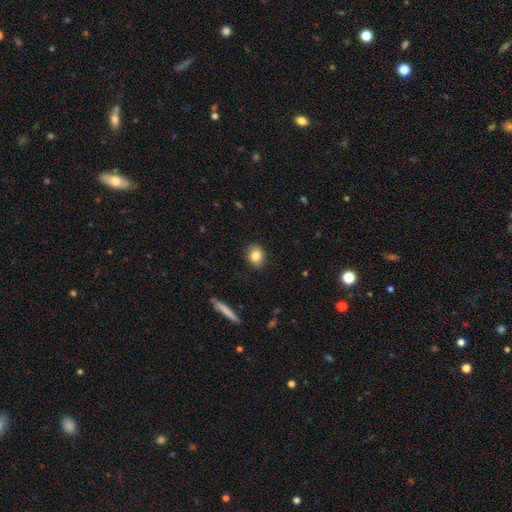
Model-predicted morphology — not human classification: Overall: smooth (82%). How rounded: round (60%; in between 38%). Merging: none (89%).